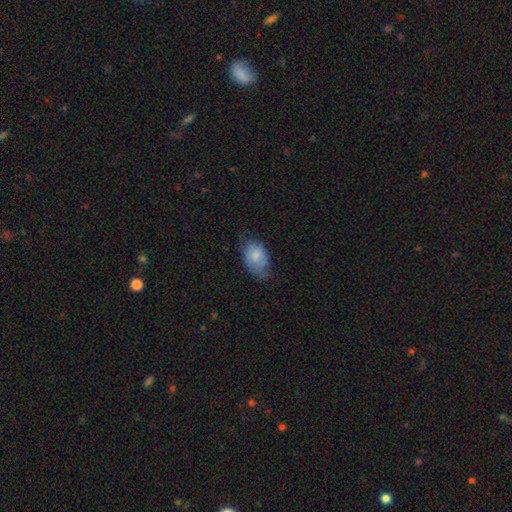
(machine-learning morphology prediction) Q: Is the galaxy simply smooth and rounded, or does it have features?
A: smooth — 77%.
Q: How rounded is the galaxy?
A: in between — 89%.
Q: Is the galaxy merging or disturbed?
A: none — 47%.